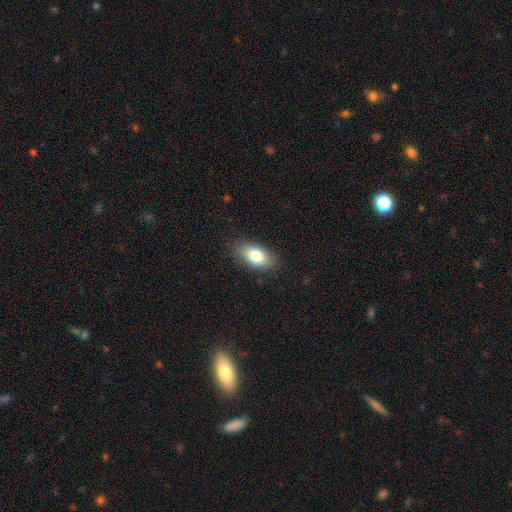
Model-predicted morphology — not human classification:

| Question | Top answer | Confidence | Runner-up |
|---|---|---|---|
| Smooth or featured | smooth | 80% | featured or disk (13%) |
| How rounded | in between | 90% | cigar-shaped (5%) |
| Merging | none | 84% | minor disturbance (12%) |